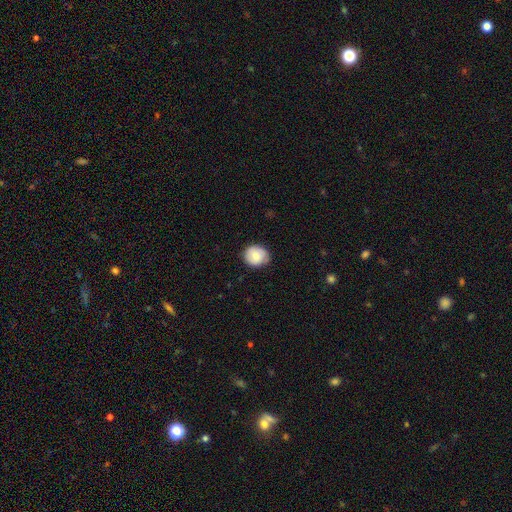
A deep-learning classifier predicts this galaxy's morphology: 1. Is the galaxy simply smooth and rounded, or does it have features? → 76% smooth, 17% featured or disk, 7% star or artifact.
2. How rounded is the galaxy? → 82% round, 17% in between, 1% cigar-shaped.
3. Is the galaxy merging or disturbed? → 78% none, 18% minor disturbance, 3% major disturbance, 1% merger.